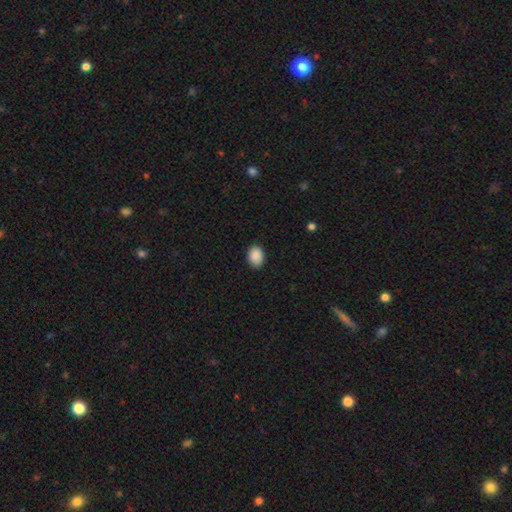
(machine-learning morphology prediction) A smooth galaxy with no disk features (90%) that is in between round and cigar-shaped (67%). Merging: none (87%).